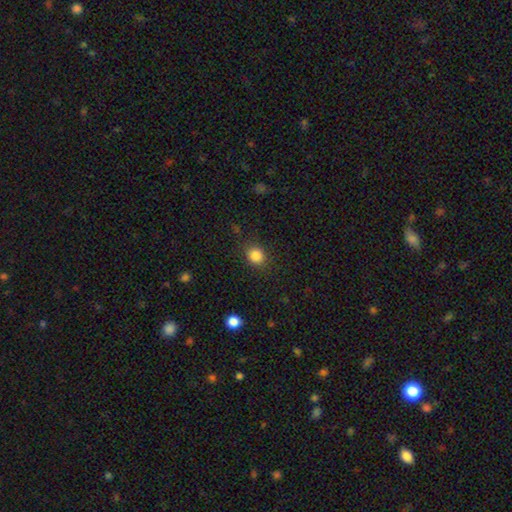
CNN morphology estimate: A smooth galaxy with no disk features (85%) that is round (76%).

Vote fractions:
- Smooth or featured? smooth: 85% / star or artifact: 11% / featured or disk: 4%
- How rounded? round: 76% / in between: 23% / cigar-shaped: 1%
- Merging? none: 85% / minor disturbance: 10% / major disturbance: 3% / merger: 1%